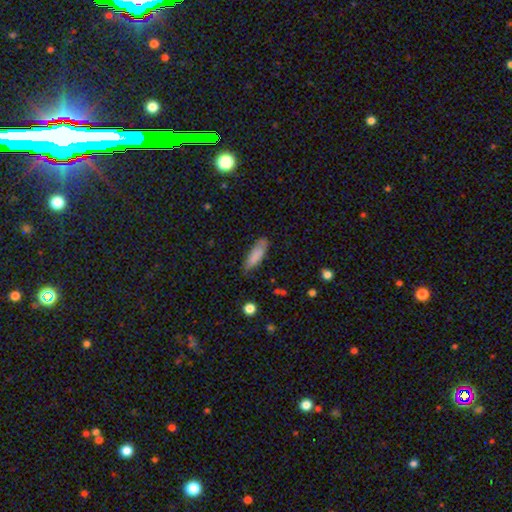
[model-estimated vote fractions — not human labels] A smooth galaxy with no disk features (84%) that is cigar-shaped (52%). Merging: none (71%).